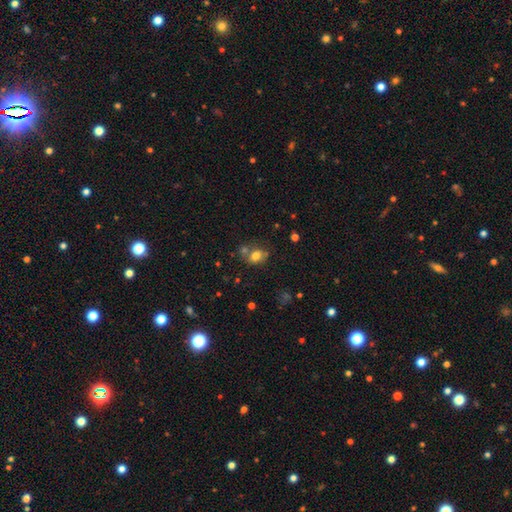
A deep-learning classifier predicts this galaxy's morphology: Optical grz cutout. It shows a smooth galaxy with no disk features (73%) that is in between round and cigar-shaped (53%). Merging: none (47%).